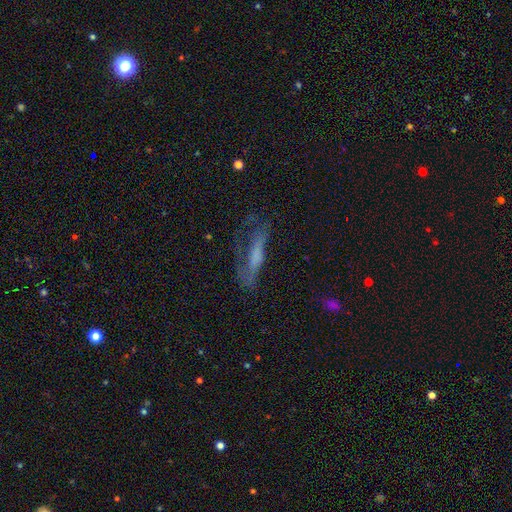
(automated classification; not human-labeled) Morphology: type=featured or disk (46%); merging=none (40%).